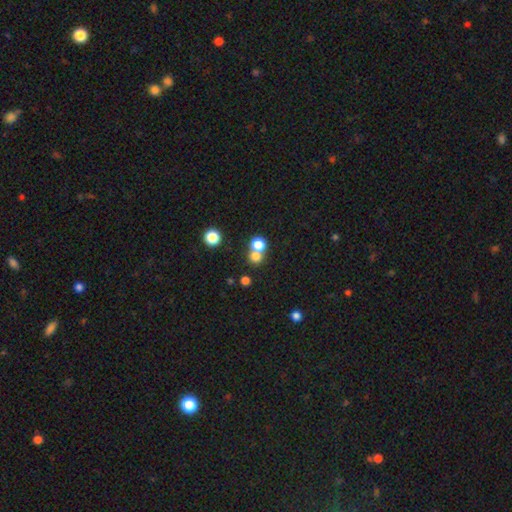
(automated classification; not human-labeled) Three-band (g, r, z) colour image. It shows a smooth galaxy with no disk features (76%) that is round (83%). Merging: merger (48%).